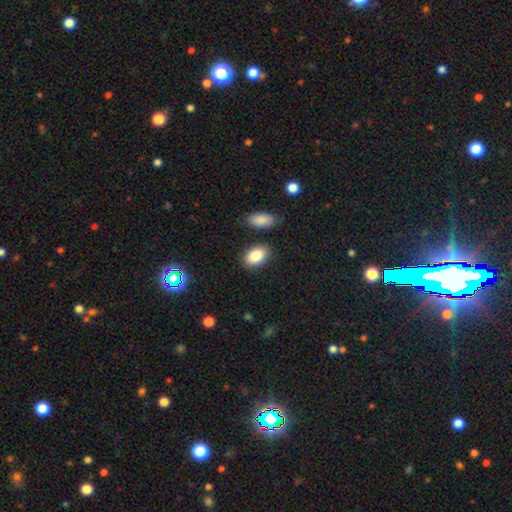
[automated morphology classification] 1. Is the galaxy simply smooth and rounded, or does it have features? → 85% smooth, 8% featured or disk, 8% star or artifact.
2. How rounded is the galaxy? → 88% in between, 10% round, 1% cigar-shaped.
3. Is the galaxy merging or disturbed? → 83% none, 10% minor disturbance, 4% merger, 3% major disturbance.